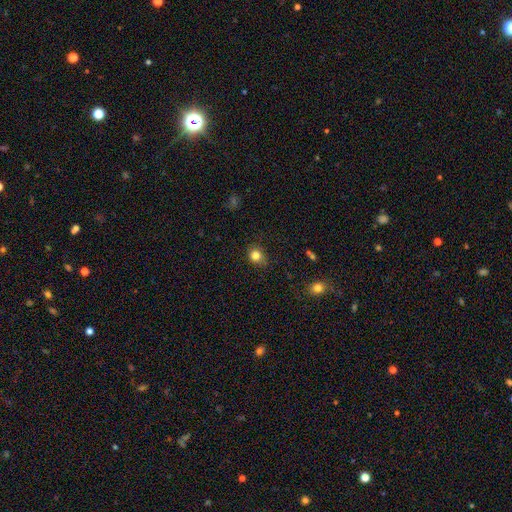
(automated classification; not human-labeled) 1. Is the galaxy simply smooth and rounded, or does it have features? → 82% smooth, 12% star or artifact, 6% featured or disk.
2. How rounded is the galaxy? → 74% round, 25% in between, 1% cigar-shaped.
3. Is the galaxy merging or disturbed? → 80% none, 15% minor disturbance, 3% major disturbance, 1% merger.